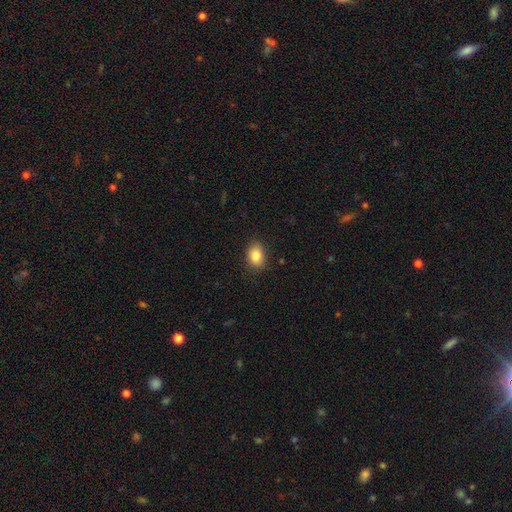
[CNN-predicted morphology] type=smooth (85%); roundness=in between (74%); merging=none (84%).